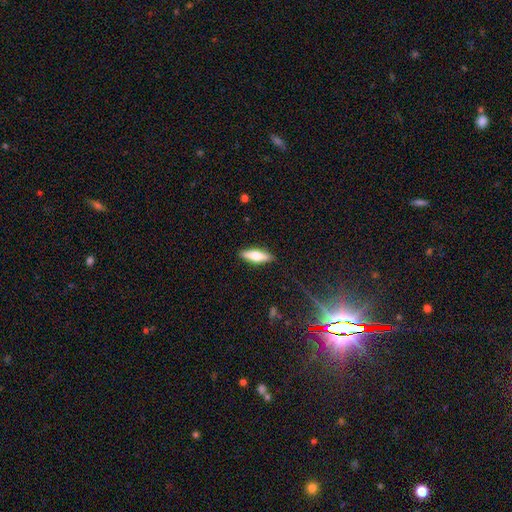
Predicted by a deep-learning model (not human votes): This is possibly a smooth galaxy (60%). How rounded: possibly cigar-shaped (54%). Merging: clearly none (88%).